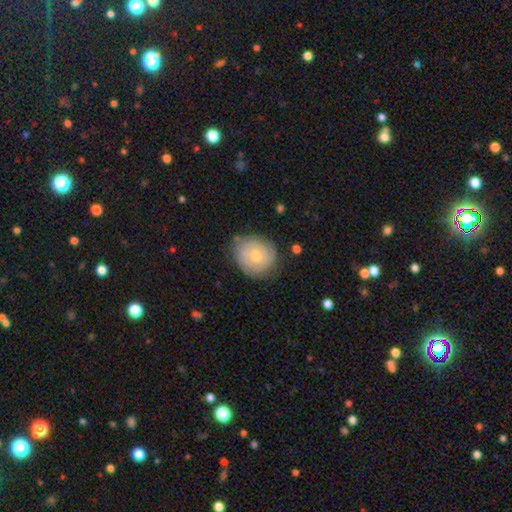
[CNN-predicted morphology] Overall: featured or disk (61%; smooth 31%). Edge-on disk: no (97%). Bar: no (77%). Spiral arms: yes (84%). Spiral arm count: can't tell (41%; 2 31%). Spiral winding: tight (75%). Bulge size: moderate (55%; small 41%). Merging: none (79%).